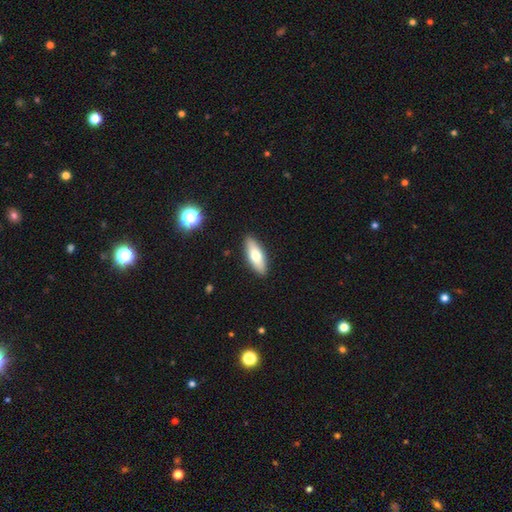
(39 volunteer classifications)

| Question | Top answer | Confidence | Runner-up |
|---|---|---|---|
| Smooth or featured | smooth | 64% | featured or disk (31%) |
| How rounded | in between | 60% | cigar-shaped (36%) |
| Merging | none | 95% | major disturbance (5%) |